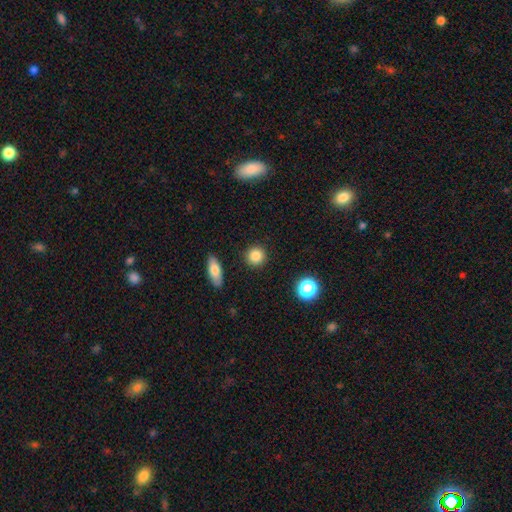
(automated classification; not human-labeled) Smooth or featured?
  - smooth: 86% *
  - star or artifact: 10%
  - featured or disk: 5%
How rounded?
  - round: 91% *
  - in between: 8%
  - cigar-shaped: 1%
Merging?
  - none: 90% *
  - minor disturbance: 6%
  - major disturbance: 2%
  - merger: 2%